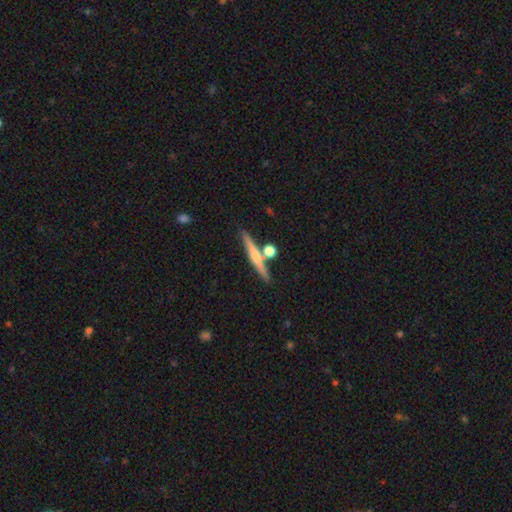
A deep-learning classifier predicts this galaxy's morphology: Smooth or featured: featured or disk — 61% (smooth — 32%)
Edge-on disk: yes — 97% (no — 3%)
Edge-on bulge: rounded — 75% (none — 18%)
Merging: none — 81% (merger — 9%)